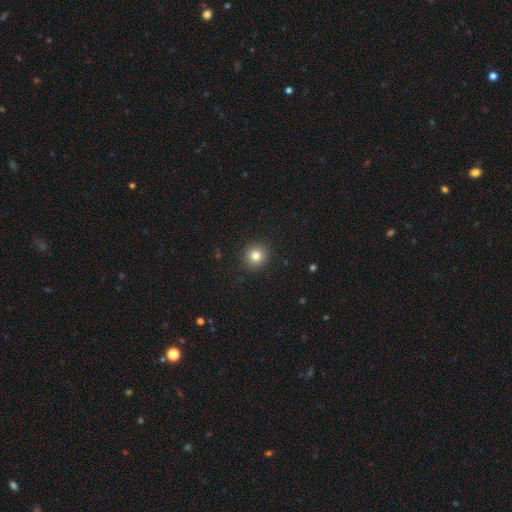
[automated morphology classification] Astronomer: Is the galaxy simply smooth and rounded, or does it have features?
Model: smooth — 81%.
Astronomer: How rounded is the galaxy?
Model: round — 93%.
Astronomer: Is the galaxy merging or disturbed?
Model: none — 92%.